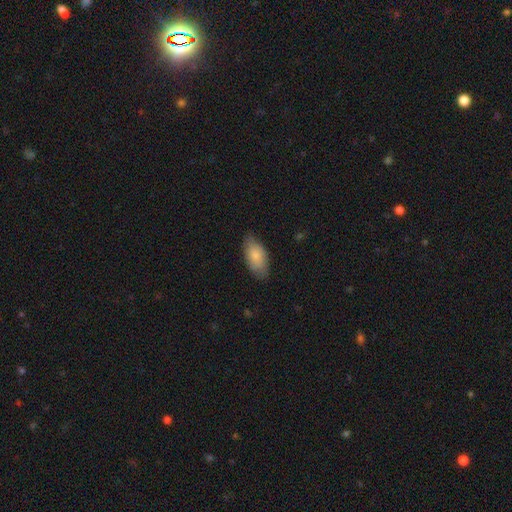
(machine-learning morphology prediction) smooth_or_featured: smooth (p=0.79) [alt: featured or disk p=0.15]
how_rounded: in between (p=0.92) [alt: cigar-shaped p=0.04]
merging: none (p=0.75) [alt: minor disturbance p=0.20]